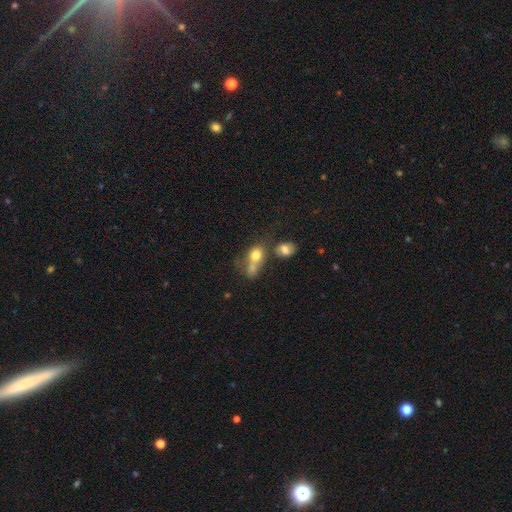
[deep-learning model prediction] A smooth galaxy with no disk features (72%) that is in between round and cigar-shaped (54%).

Vote fractions:
- Smooth or featured? smooth: 72% / featured or disk: 16% / star or artifact: 11%
- How rounded? in between: 54% / round: 42% / cigar-shaped: 4%
- Merging? merger: 52% / none: 26% / minor disturbance: 12% / major disturbance: 10%